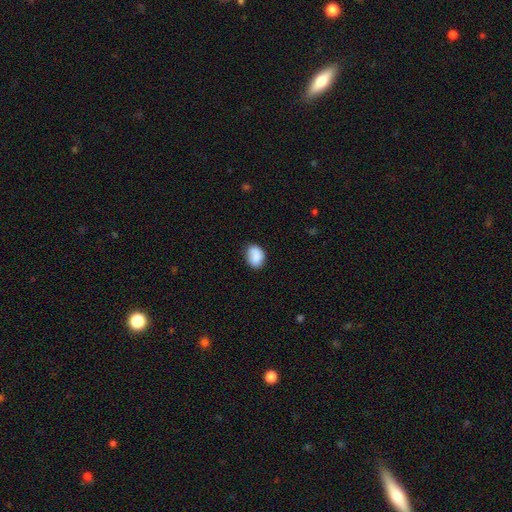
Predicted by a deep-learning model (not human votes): Smooth or featured? Predicted: smooth (p=0.86). How rounded? Predicted: in between (p=0.71). Merging? Predicted: none (p=0.75).